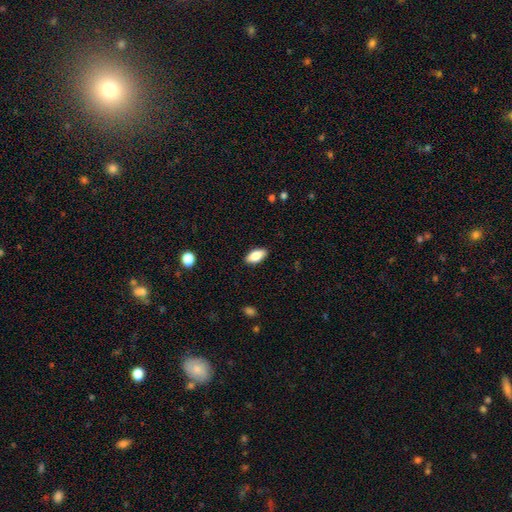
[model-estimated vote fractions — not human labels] Q: Smooth or featured?
A: smooth (82%); runner-up: featured or disk (11%)
Q: How rounded?
A: in between (87%); runner-up: cigar-shaped (10%)
Q: Merging?
A: none (88%); runner-up: minor disturbance (9%)